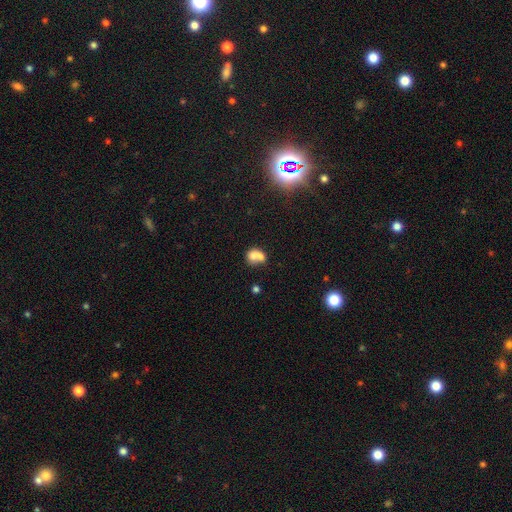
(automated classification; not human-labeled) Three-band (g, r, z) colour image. It shows a smooth galaxy with no disk features (70%) that is round (52%). Merging: merger (61%).